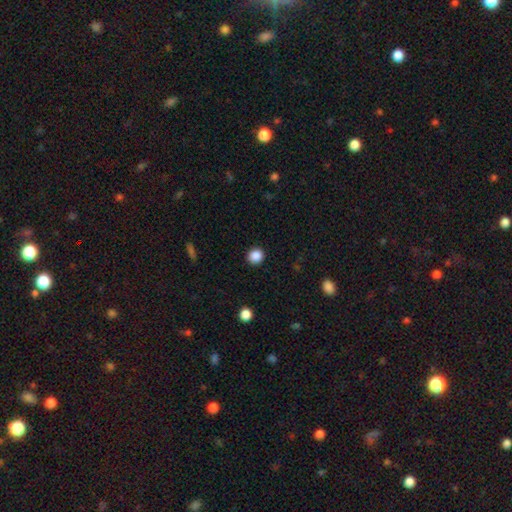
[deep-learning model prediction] This is clearly a smooth galaxy (87%). How rounded: clearly round (90%). Merging: clearly none (91%).